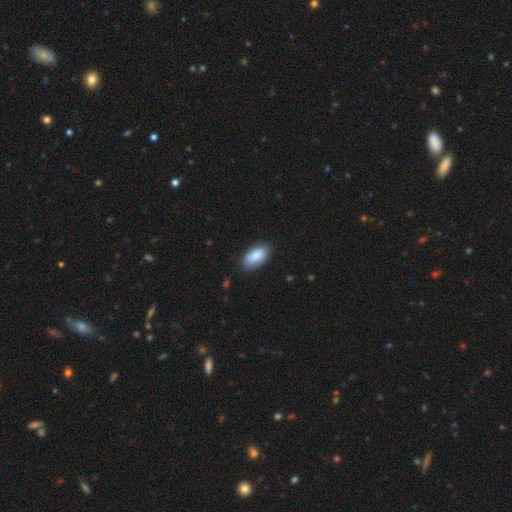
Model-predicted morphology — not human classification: This is clearly a smooth galaxy (87%). How rounded: clearly in between (94%). Merging: likely none (78%).